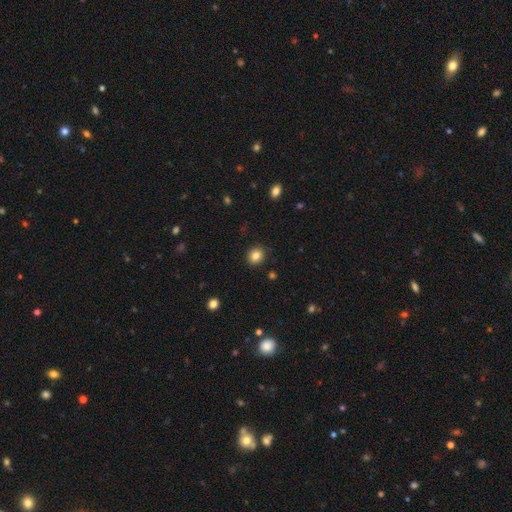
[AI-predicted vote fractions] Overall: smooth (84%). How rounded: round (78%). Merging: none (90%).